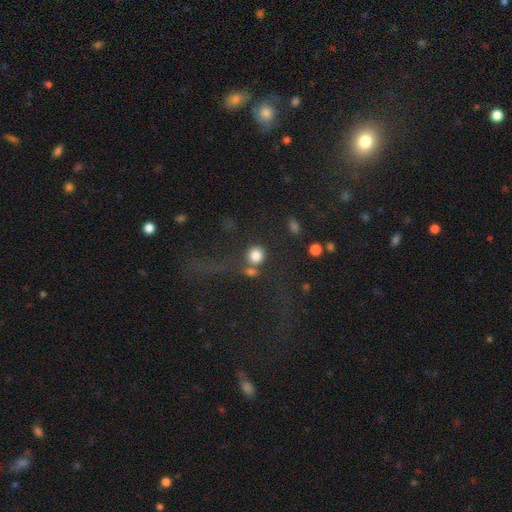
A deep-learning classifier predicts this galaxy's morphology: This is clearly a smooth galaxy (83%). How rounded: clearly round (86%). Merging: possibly none (55%).